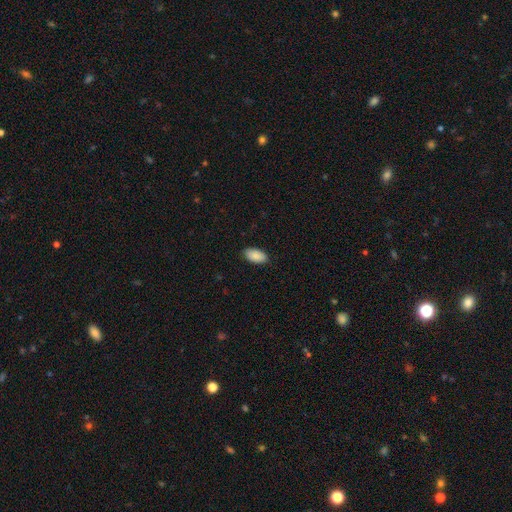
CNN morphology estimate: A smooth galaxy with no disk features (90%) that is in between round and cigar-shaped (95%). Merging: none (87%).